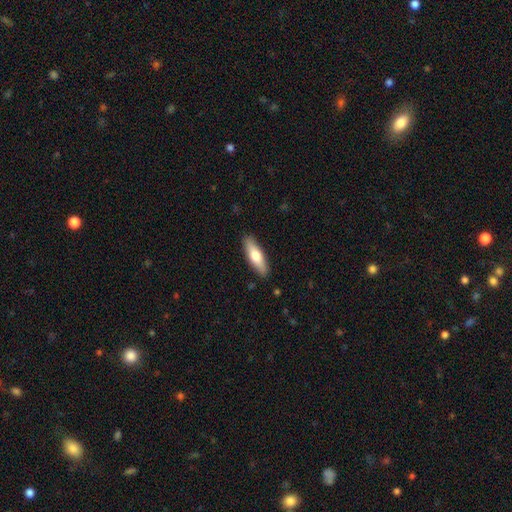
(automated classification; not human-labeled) This is likely a smooth galaxy (66%). How rounded: possibly cigar-shaped (54%). Merging: clearly none (89%).